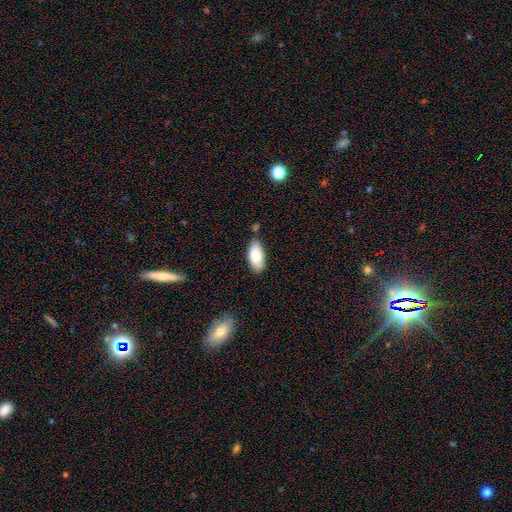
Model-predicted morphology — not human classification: This is clearly a smooth galaxy (81%). How rounded: clearly in between (90%). Merging: likely none (75%).